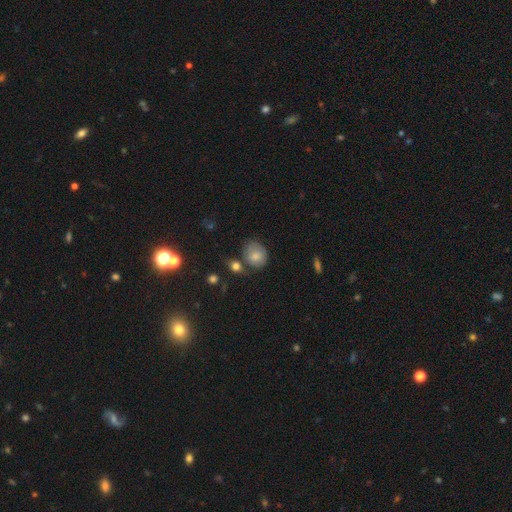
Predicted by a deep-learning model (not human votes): smooth-or-featured: smooth: 74% | featured or disk: 16% | star or artifact: 9%
  how-rounded: round: 57% | in between: 42% | cigar-shaped: 1%
  merging: none: 54% | minor disturbance: 24% | merger: 13% | major disturbance: 9%